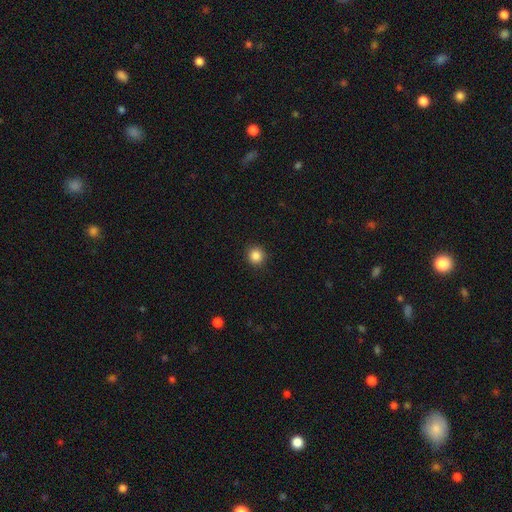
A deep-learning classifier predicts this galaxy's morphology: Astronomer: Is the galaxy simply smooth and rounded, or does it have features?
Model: smooth — 86%.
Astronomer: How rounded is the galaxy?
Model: round — 94%.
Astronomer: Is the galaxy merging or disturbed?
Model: none — 92%.